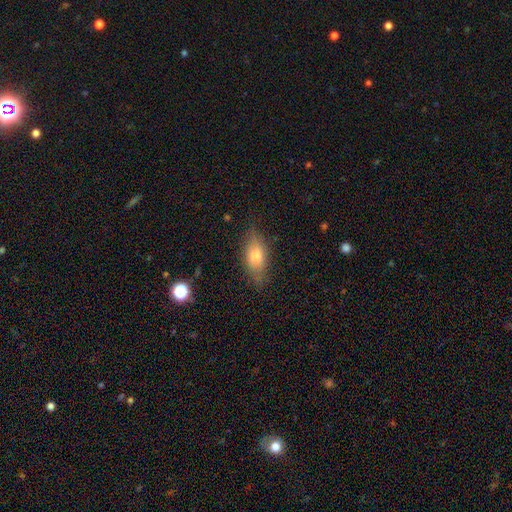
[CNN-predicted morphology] The model was most divided on "smooth or featured": smooth: 64%, featured or disk: 27%, star or artifact: 9%. More confident: merging — none (78%); how rounded — in between (75%).